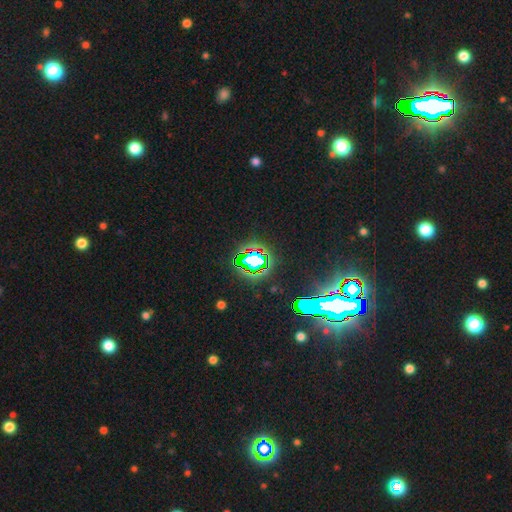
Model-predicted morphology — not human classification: Overall: star or artifact (79%).